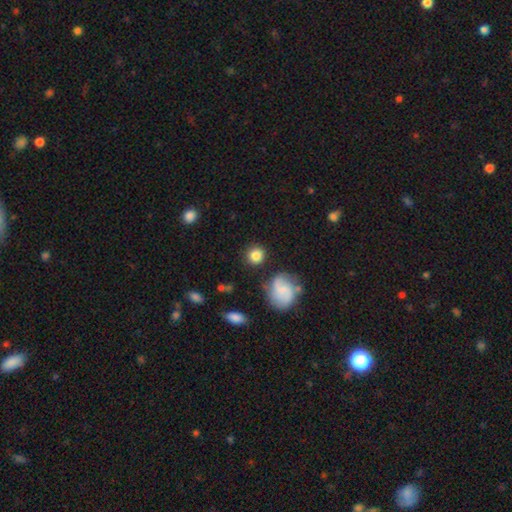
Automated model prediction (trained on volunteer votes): smooth-or-featured: smooth: 81% | featured or disk: 11% | star or artifact: 9%
  how-rounded: round: 89% | in between: 10% | cigar-shaped: 1%
  merging: none: 82% | minor disturbance: 10% | merger: 5% | major disturbance: 4%